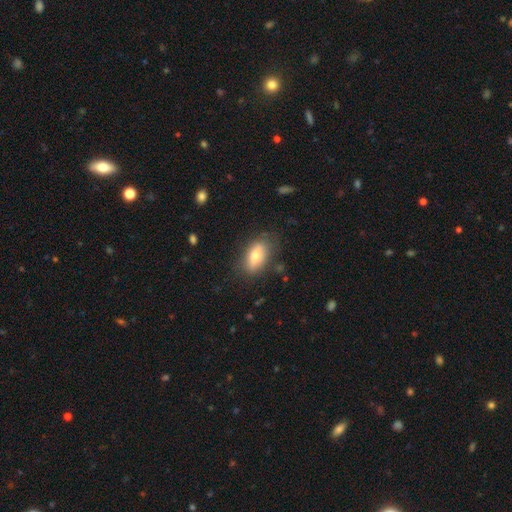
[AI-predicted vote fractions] smooth 71%, featured or disk 22%, star or artifact 7%. Down the decision tree: how rounded — in between (84%); merging — none (77%).